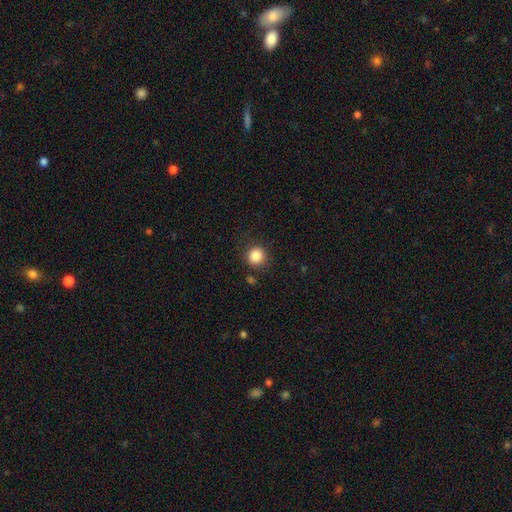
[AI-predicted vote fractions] A smooth galaxy with no disk features (85%) that is round (90%). Merging: none (85%).